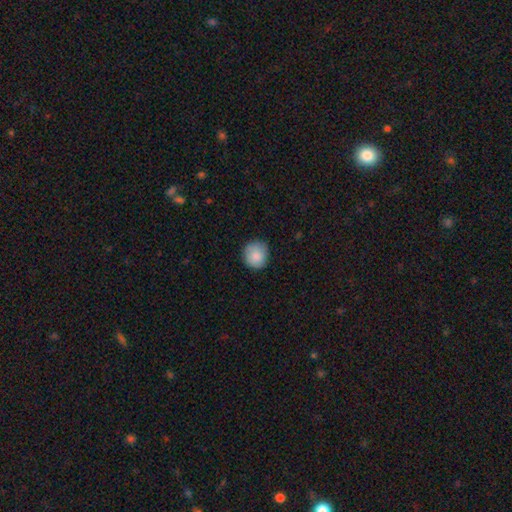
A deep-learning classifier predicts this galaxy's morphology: Q: Smooth or featured?
A: smooth (86%); runner-up: star or artifact (7%)
Q: How rounded?
A: round (89%); runner-up: in between (10%)
Q: Merging?
A: none (81%); runner-up: minor disturbance (15%)